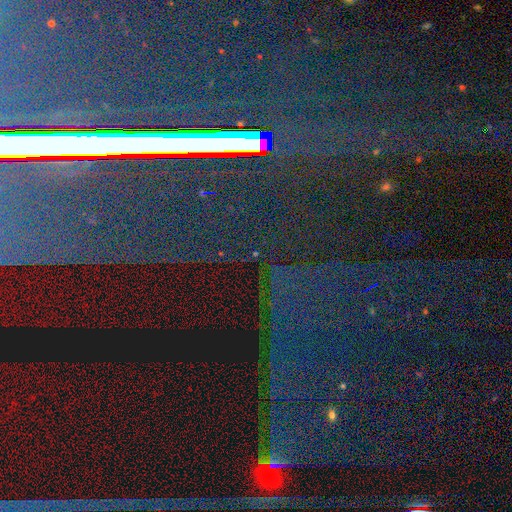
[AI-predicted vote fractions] smooth-or-featured: star or artifact: 81% | featured or disk: 10% | smooth: 9%